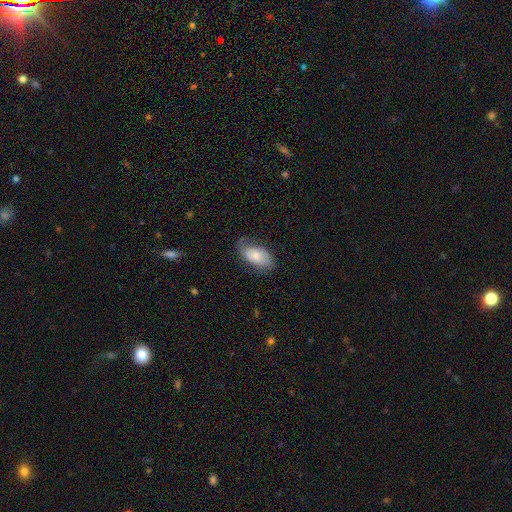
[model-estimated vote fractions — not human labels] smooth 65%, featured or disk 28%, star or artifact 6%. Down the decision tree: how rounded — in between (94%); merging — none (56%).